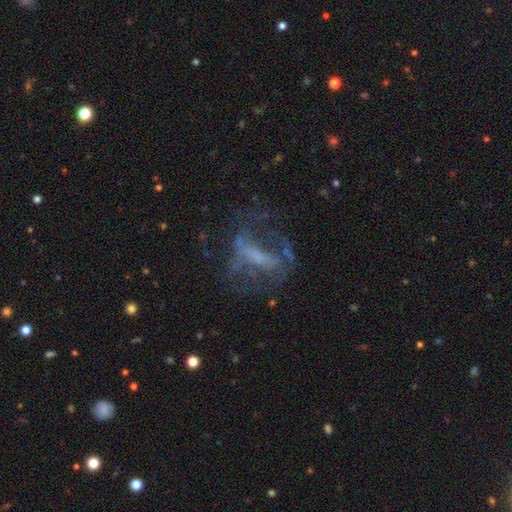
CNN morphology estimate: Q: Smooth or featured?
A: featured or disk (65%); runner-up: smooth (19%)
Q: Edge-on disk?
A: no (87%); runner-up: yes (13%)
Q: Bar?
A: strong (42%); runner-up: no (29%)
Q: Spiral arms?
A: no (57%); runner-up: yes (43%)
Q: Bulge size?
A: none (43%); runner-up: small (32%)
Q: Merging?
A: none (46%); runner-up: major disturbance (34%)